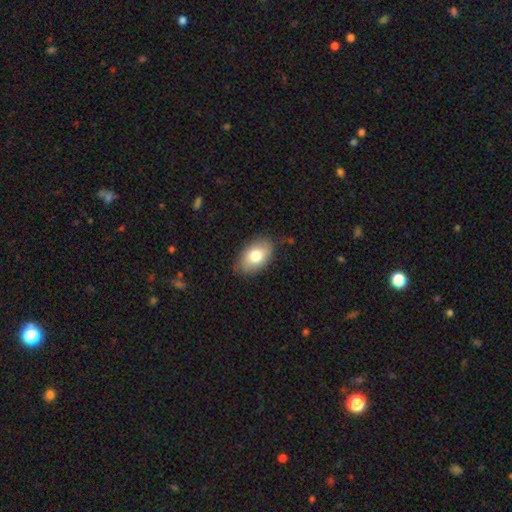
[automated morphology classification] A smooth galaxy with no disk features (78%) that is in between round and cigar-shaped (91%).

Vote fractions:
- Smooth or featured? smooth: 78% / featured or disk: 15% / star or artifact: 7%
- How rounded? in between: 91% / round: 8% / cigar-shaped: 1%
- Merging? none: 82% / minor disturbance: 14% / major disturbance: 3% / merger: 1%